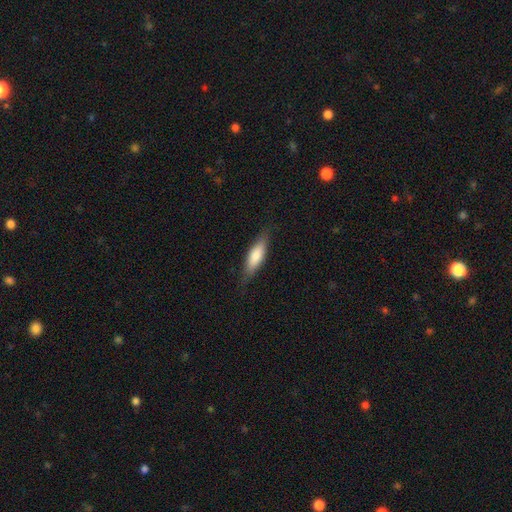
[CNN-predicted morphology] Q: Smooth or featured?
A: smooth (75%); runner-up: featured or disk (19%)
Q: How rounded?
A: in between (50%); runner-up: cigar-shaped (48%)
Q: Merging?
A: none (79%); runner-up: minor disturbance (16%)